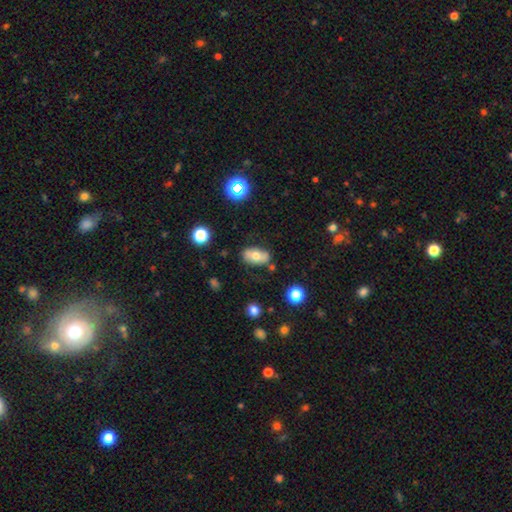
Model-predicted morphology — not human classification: This is likely a smooth galaxy (63%). How rounded: clearly in between (89%). Merging: likely none (73%).